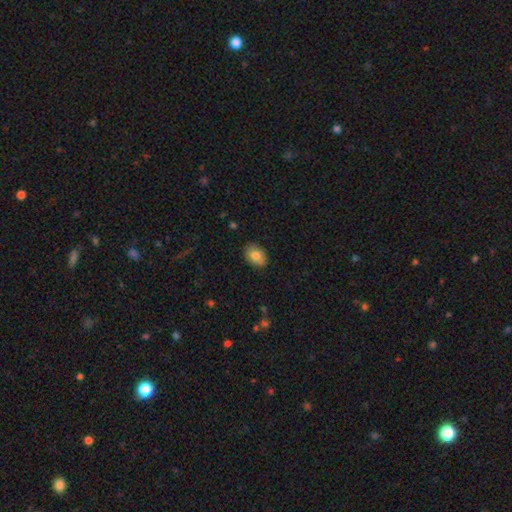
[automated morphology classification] smooth_or_featured: smooth (p=0.81) [alt: featured or disk p=0.11]
how_rounded: in between (p=0.77) [alt: round p=0.21]
merging: none (p=0.85) [alt: minor disturbance p=0.12]